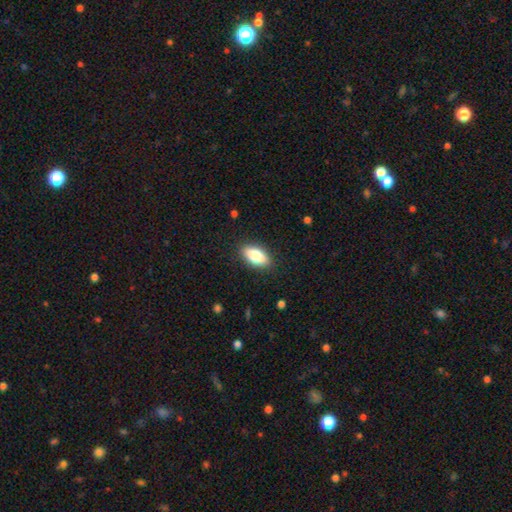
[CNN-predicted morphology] smooth 79%, featured or disk 14%, star or artifact 7%. Down the decision tree: how rounded — in between (88%); merging — none (87%).